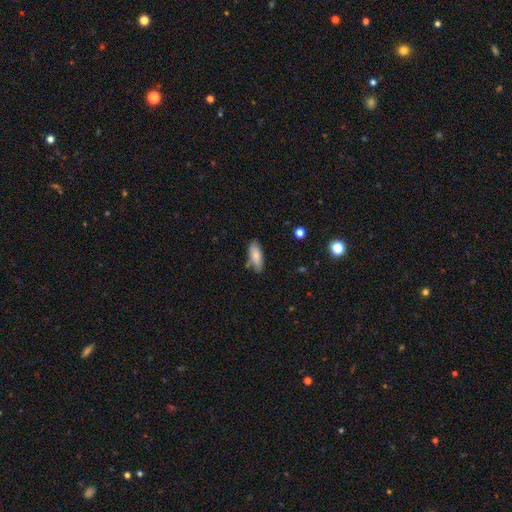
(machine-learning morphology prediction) type=smooth (78%); roundness=in between (80%); merging=none (73%).